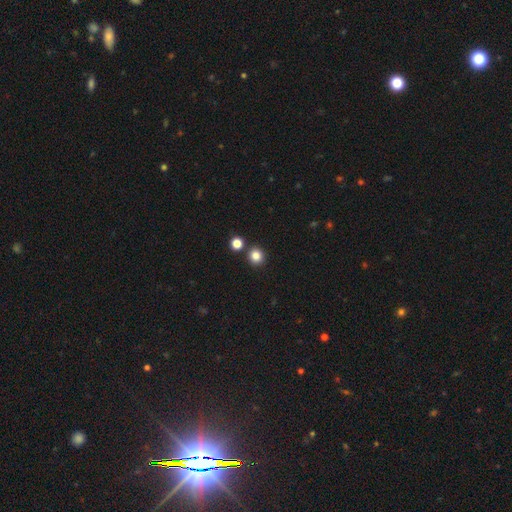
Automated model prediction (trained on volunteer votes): Smooth or featured: smooth — 83% (star or artifact — 13%)
How rounded: round — 90% (in between — 9%)
Merging: none — 84% (merger — 8%)